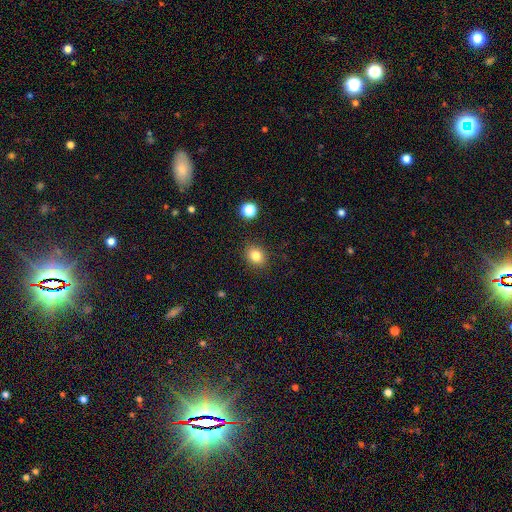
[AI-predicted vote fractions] Morphology: type=smooth (82%); roundness=round (63%); merging=none (88%).